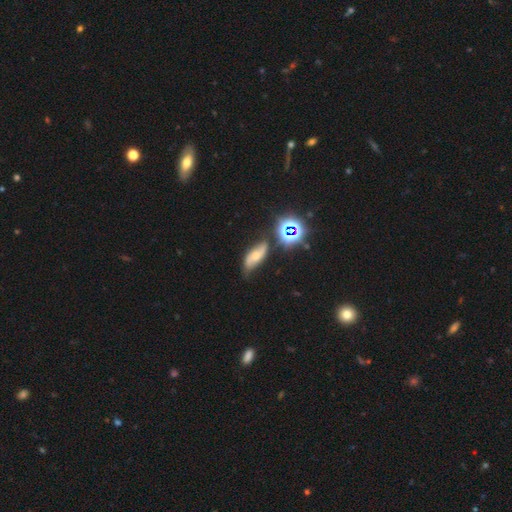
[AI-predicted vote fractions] Morphology: type=featured or disk (46%); merging=none (64%).